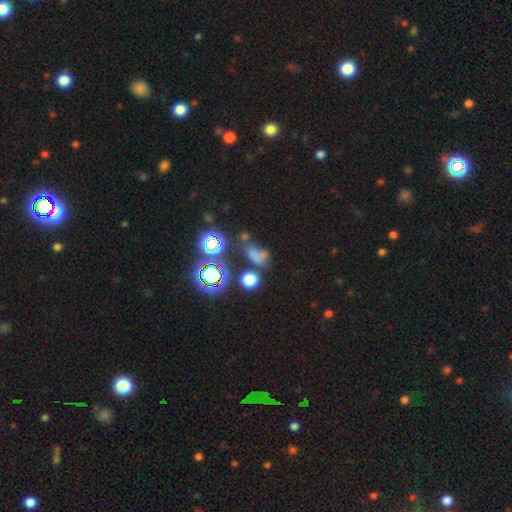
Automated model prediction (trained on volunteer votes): smooth_or_featured: smooth (p=0.54) [alt: star or artifact p=0.33]
how_rounded: in between (p=0.62) [alt: round p=0.34]
merging: none (p=0.40) [alt: merger p=0.21]